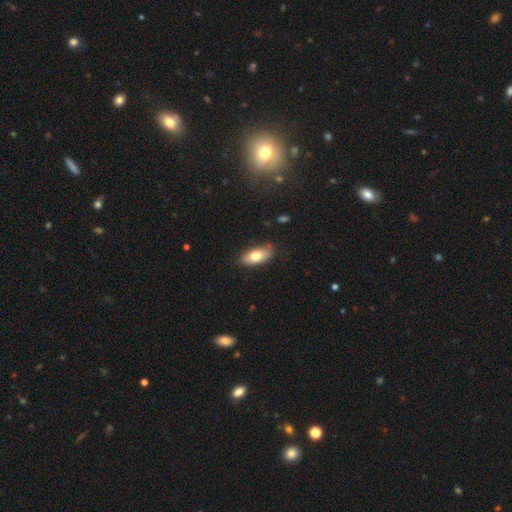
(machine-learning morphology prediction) A smooth galaxy with no disk features (75%) that is in between round and cigar-shaped (87%).

Vote fractions:
- Smooth or featured? smooth: 75% / featured or disk: 18% / star or artifact: 6%
- How rounded? in between: 87% / cigar-shaped: 10% / round: 3%
- Merging? none: 81% / minor disturbance: 15% / major disturbance: 3% / merger: 1%